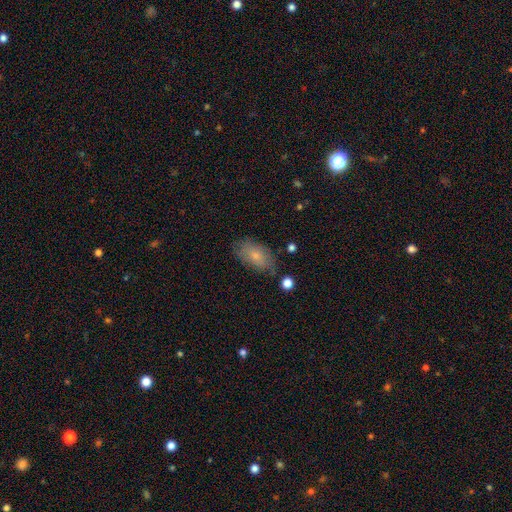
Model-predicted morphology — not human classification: Overall: smooth (75%). How rounded: in between (92%). Merging: none (76%).